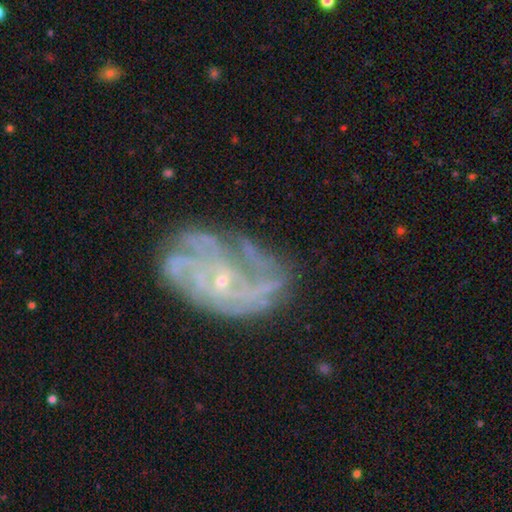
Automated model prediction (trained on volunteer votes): This appears to be a featured or disk galaxy (85%) with no bar (70%), tight (51%) spiral arms (93%) and a small central bulge (84%). Merging: none (57%).